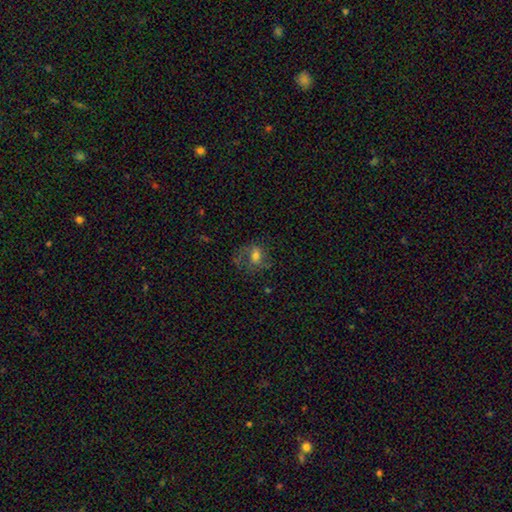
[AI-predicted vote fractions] Overall: featured or disk (50%; smooth 37%). Edge-on disk: no (96%). Merging: none (46%; major disturbance 32%).